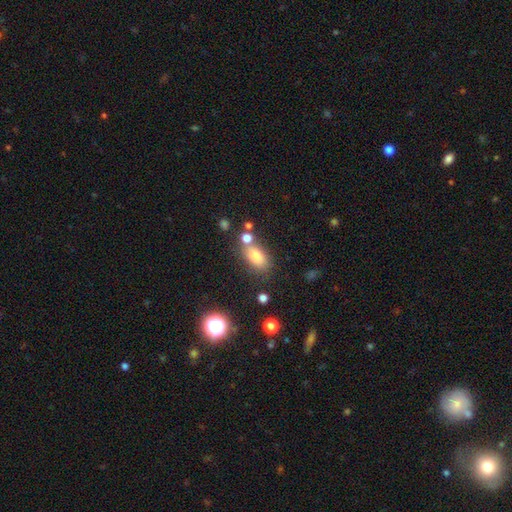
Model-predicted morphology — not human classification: The model was most divided on "merging": none: 65%, merger: 15%, minor disturbance: 15%, major disturbance: 5%. More confident: how rounded — in between (84%); smooth or featured — smooth (78%).